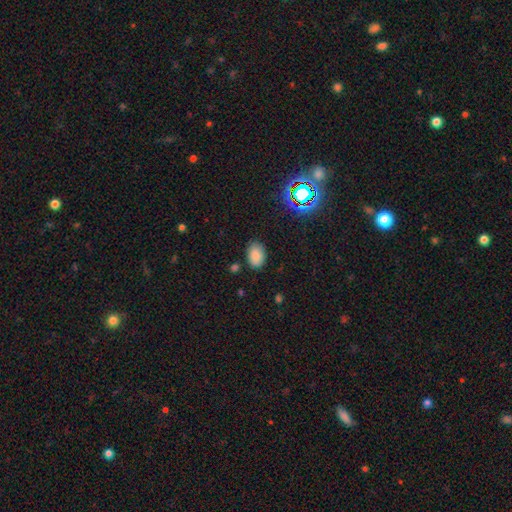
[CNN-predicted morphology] Overall: smooth (83%). How rounded: in between (87%). Merging: none (83%).